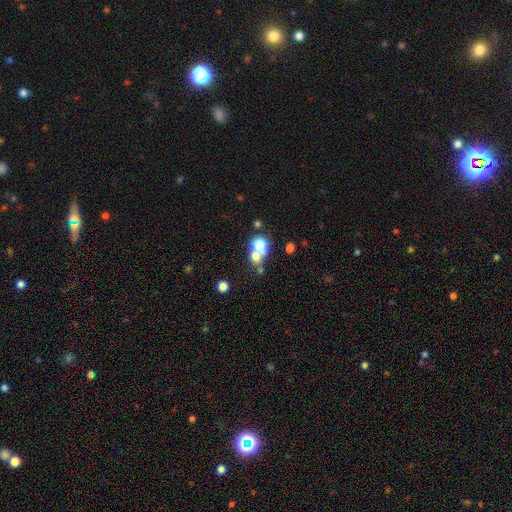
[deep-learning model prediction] Smooth or featured?
  - smooth: 68% *
  - featured or disk: 17%
  - star or artifact: 15%
How rounded?
  - round: 75% *
  - in between: 24%
  - cigar-shaped: 1%
Merging?
  - merger: 56% *
  - none: 34%
  - minor disturbance: 6%
  - major disturbance: 4%